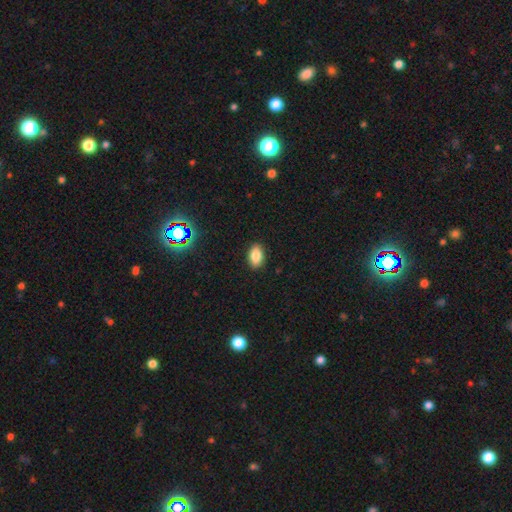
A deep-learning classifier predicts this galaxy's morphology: type=smooth (84%); roundness=in between (89%); merging=none (89%).